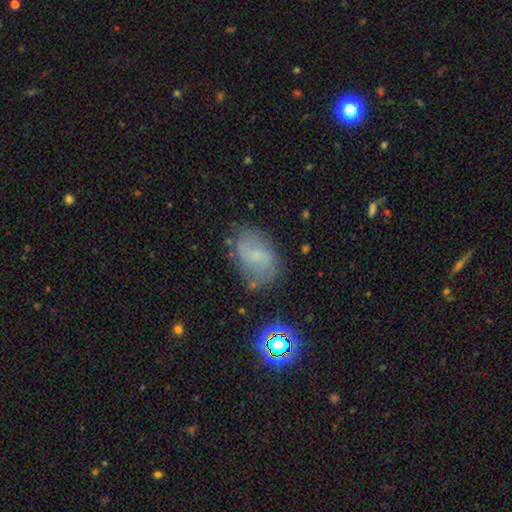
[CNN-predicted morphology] Smooth or featured: smooth — 45% (featured or disk — 41%)
Merging: none — 66% (minor disturbance — 22%)